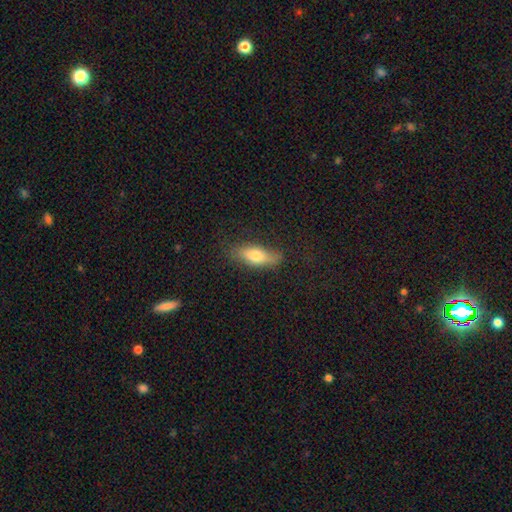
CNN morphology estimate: Smooth or featured?
  - smooth: 71% *
  - featured or disk: 22%
  - star or artifact: 7%
How rounded?
  - in between: 63% *
  - cigar-shaped: 34%
  - round: 3%
Merging?
  - none: 75% *
  - minor disturbance: 18%
  - major disturbance: 5%
  - merger: 1%